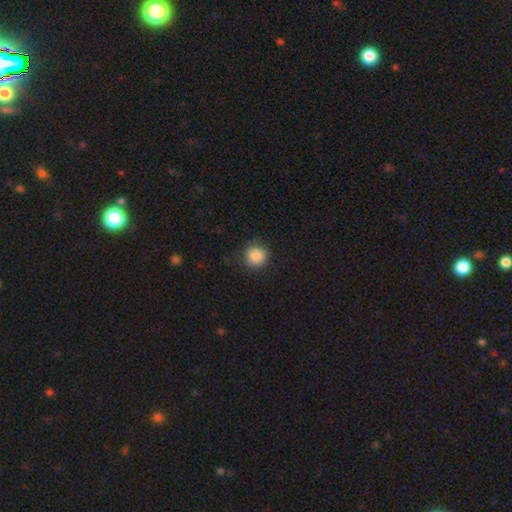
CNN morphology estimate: This is clearly a smooth galaxy (87%). How rounded: clearly round (94%). Merging: clearly none (89%).